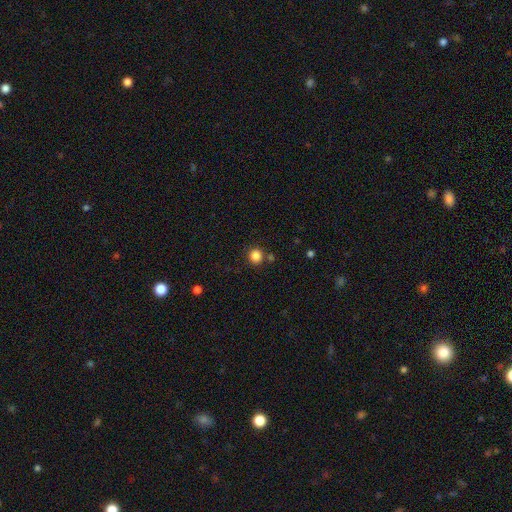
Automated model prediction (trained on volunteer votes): smooth 85%, star or artifact 12%, featured or disk 4%. Down the decision tree: how rounded — round (91%); merging — none (80%).